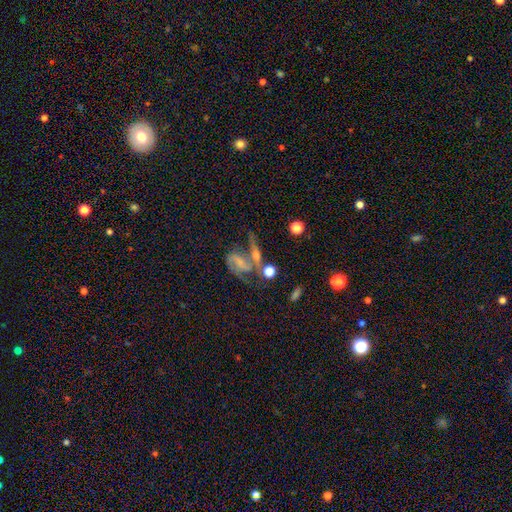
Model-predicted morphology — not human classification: A featured or disk galaxy (59%) with no bar (47%), spiral arms (77%) and a small central bulge (40%). Merging: merger (36%).